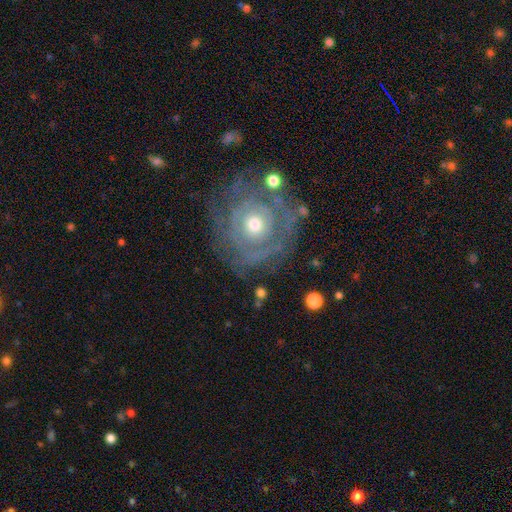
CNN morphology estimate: A featured or disk galaxy (76%) with no bar (85%), spiral arms (68%) and a moderate central bulge (66%). Merging: none (70%).